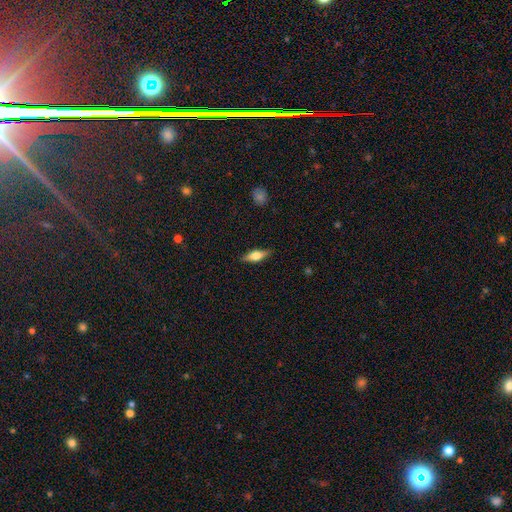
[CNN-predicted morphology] Smooth or featured? smooth (51%)
How rounded? in between (54%)
Merging? none (86%)